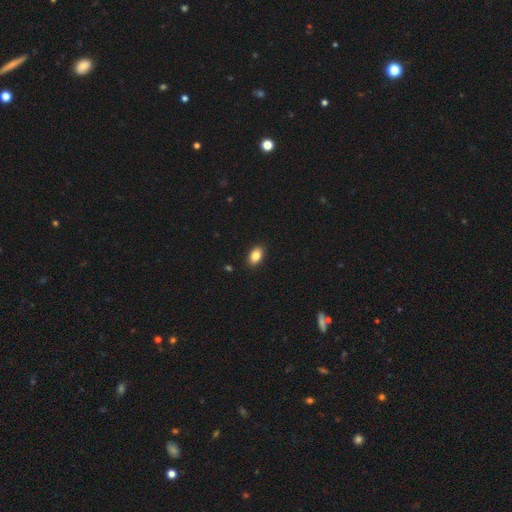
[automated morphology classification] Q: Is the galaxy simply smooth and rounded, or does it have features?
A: smooth — 85%.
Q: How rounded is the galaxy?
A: in between — 89%.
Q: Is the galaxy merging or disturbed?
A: none — 90%.